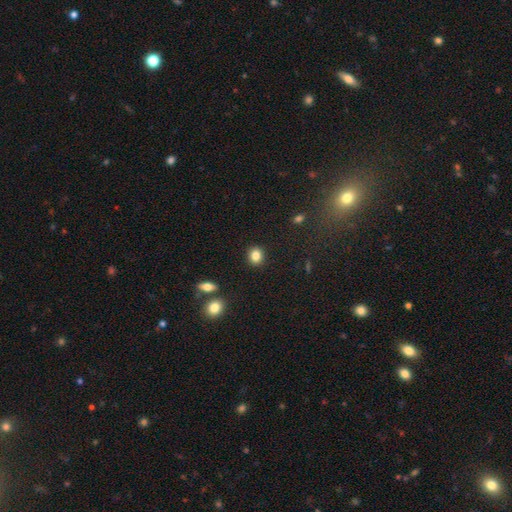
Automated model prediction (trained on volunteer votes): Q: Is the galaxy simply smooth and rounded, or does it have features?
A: smooth — 85%.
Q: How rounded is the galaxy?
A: round — 71%.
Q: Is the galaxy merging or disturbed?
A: none — 90%.